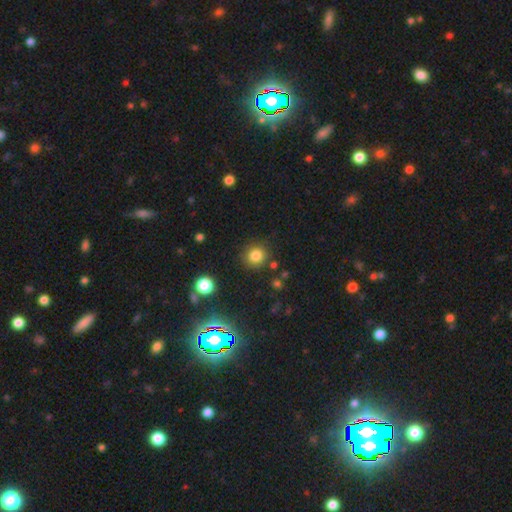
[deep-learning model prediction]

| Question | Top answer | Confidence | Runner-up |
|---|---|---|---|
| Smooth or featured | smooth | 80% | star or artifact (14%) |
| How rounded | round | 90% | in between (9%) |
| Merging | none | 85% | minor disturbance (9%) |